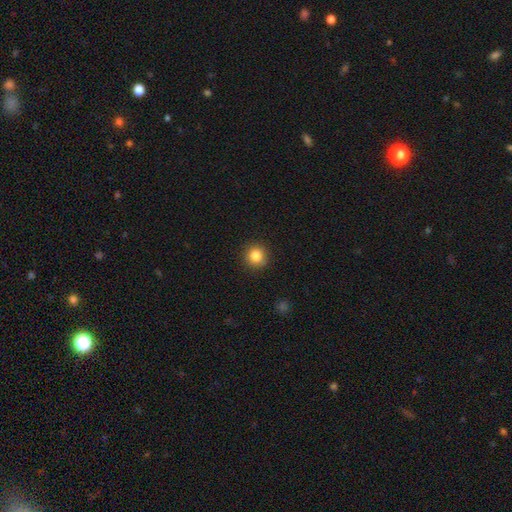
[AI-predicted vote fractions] Smooth or featured?
  - smooth: 84% *
  - star or artifact: 11%
  - featured or disk: 5%
How rounded?
  - round: 92% *
  - in between: 7%
  - cigar-shaped: 1%
Merging?
  - none: 91% *
  - minor disturbance: 6%
  - major disturbance: 2%
  - merger: 1%